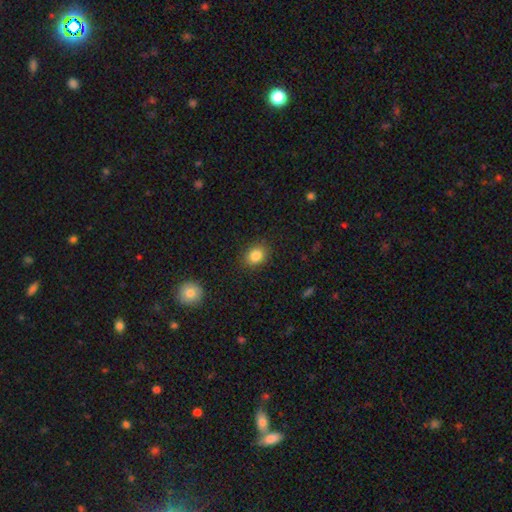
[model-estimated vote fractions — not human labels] Q: Smooth or featured?
A: smooth (84%); runner-up: star or artifact (10%)
Q: How rounded?
A: round (52%); runner-up: in between (47%)
Q: Merging?
A: none (87%); runner-up: minor disturbance (9%)